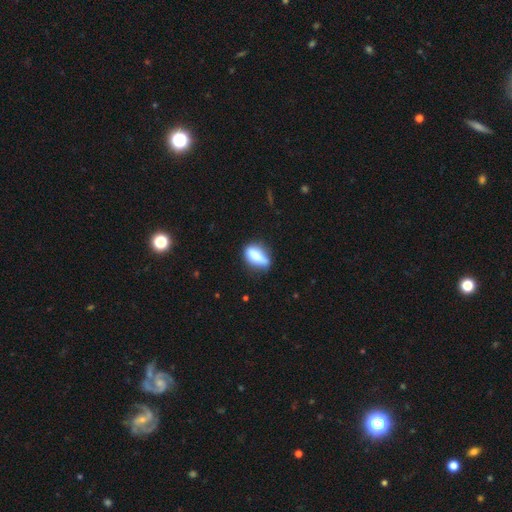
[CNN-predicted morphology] Smooth or featured? smooth (72%)
How rounded? in between (75%)
Merging? none (63%)